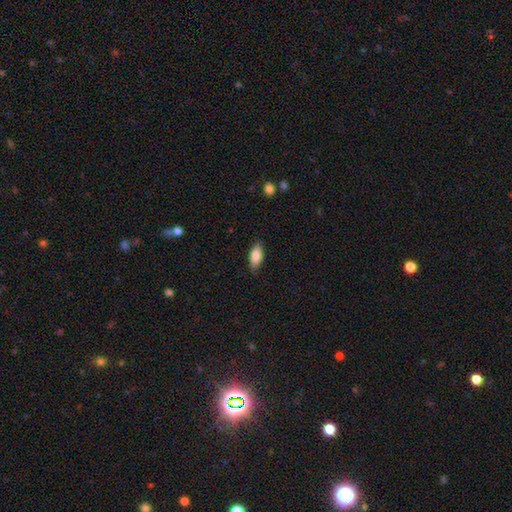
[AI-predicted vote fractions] Morphology: type=smooth (84%); roundness=in between (83%); merging=none (84%).